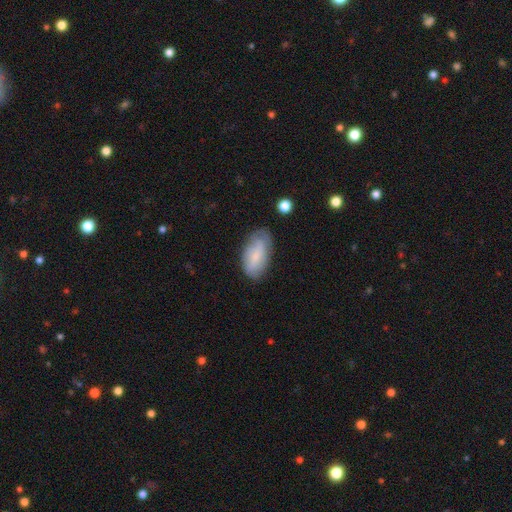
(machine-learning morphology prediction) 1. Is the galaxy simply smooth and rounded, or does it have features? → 64% smooth, 29% featured or disk, 7% star or artifact.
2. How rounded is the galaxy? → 91% in between, 6% cigar-shaped, 3% round.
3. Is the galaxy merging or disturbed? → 66% none, 25% minor disturbance, 7% major disturbance, 2% merger.